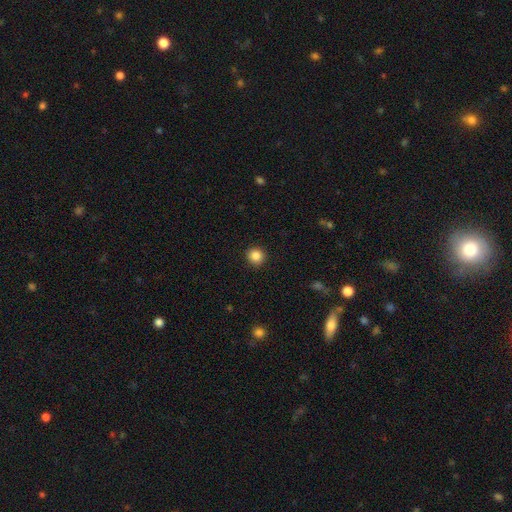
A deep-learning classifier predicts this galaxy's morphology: This is clearly a smooth galaxy (86%). How rounded: clearly round (93%). Merging: clearly none (92%).